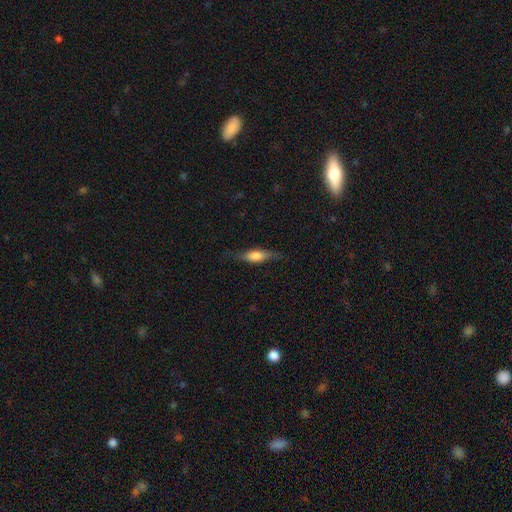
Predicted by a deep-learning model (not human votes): A smooth galaxy with no disk features (53%) that is cigar-shaped (53%).

Vote fractions:
- Smooth or featured? smooth: 53% / featured or disk: 40% / star or artifact: 7%
- How rounded? cigar-shaped: 53% / in between: 44% / round: 3%
- Merging? none: 75% / minor disturbance: 18% / major disturbance: 5% / merger: 1%